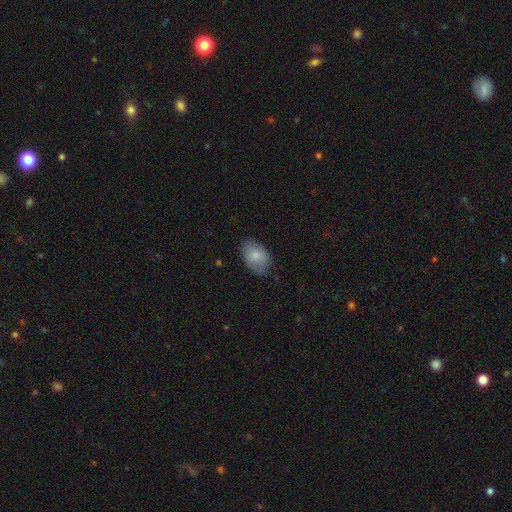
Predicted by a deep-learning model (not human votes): Smooth or featured: smooth — 80% (featured or disk — 13%)
How rounded: in between — 86% (round — 13%)
Merging: none — 76% (minor disturbance — 19%)